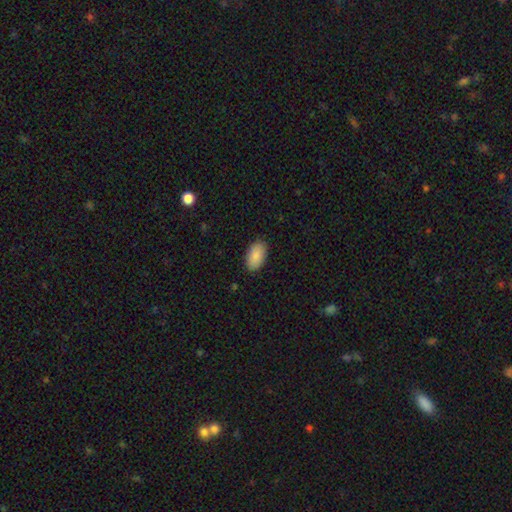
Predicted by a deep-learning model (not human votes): This appears to be a smooth galaxy with no disk features (88%) that is in between round and cigar-shaped (95%). Merging: none (88%).